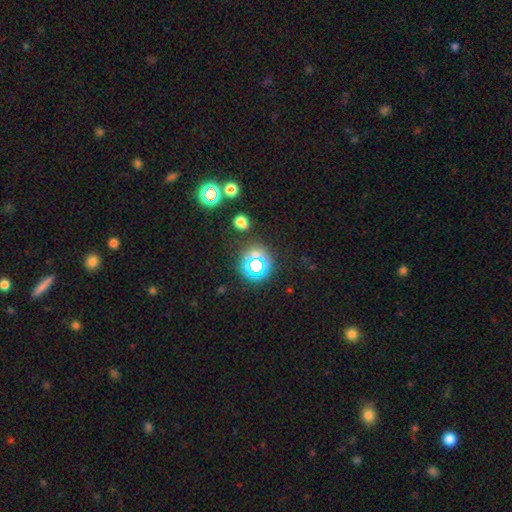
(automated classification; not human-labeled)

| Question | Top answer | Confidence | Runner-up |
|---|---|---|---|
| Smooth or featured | star or artifact | 63% | smooth (27%) |